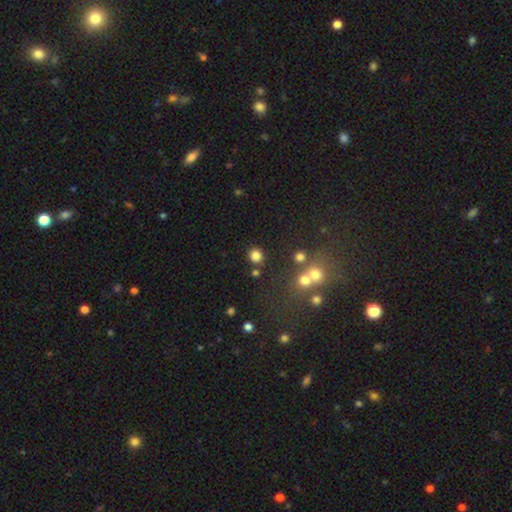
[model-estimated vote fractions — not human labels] A smooth galaxy with no disk features (81%) that is round (85%). Merging: none (84%).